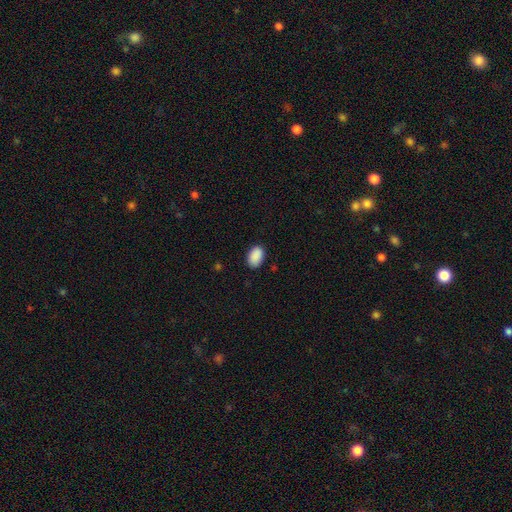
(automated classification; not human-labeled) Smooth or featured?
  - smooth: 90% *
  - star or artifact: 7%
  - featured or disk: 3%
How rounded?
  - in between: 90% *
  - round: 9%
  - cigar-shaped: 1%
Merging?
  - none: 85% *
  - minor disturbance: 11%
  - major disturbance: 2%
  - merger: 1%